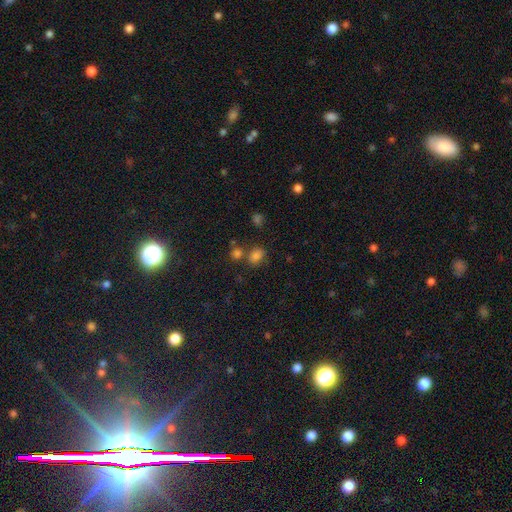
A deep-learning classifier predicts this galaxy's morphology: This is likely a smooth galaxy (79%). How rounded: likely in between (66%). Merging: likely none (62%).